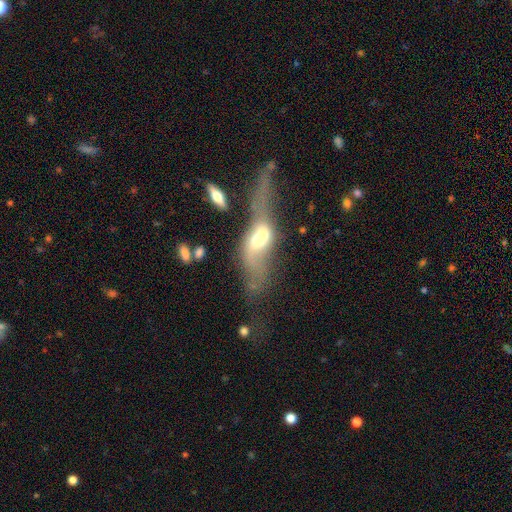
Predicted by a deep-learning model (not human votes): smooth-or-featured: featured or disk: 59% | smooth: 31% | star or artifact: 10%
  disk-edge-on: no: 65% | yes: 35%
  merging: merger: 40% | major disturbance: 26% | none: 19% | minor disturbance: 15%